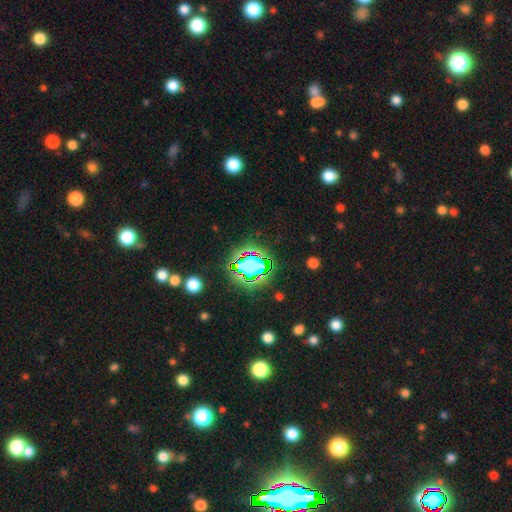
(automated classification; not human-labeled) Smooth or featured? star or artifact (79%)